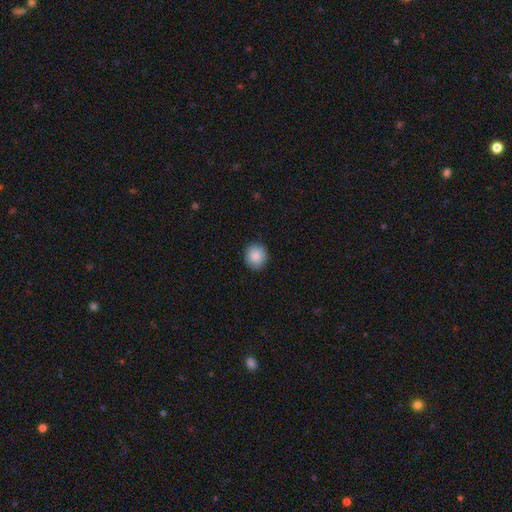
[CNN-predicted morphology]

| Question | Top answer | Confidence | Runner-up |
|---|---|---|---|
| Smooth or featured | smooth | 88% | star or artifact (8%) |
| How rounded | round | 87% | in between (12%) |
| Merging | none | 89% | minor disturbance (8%) |